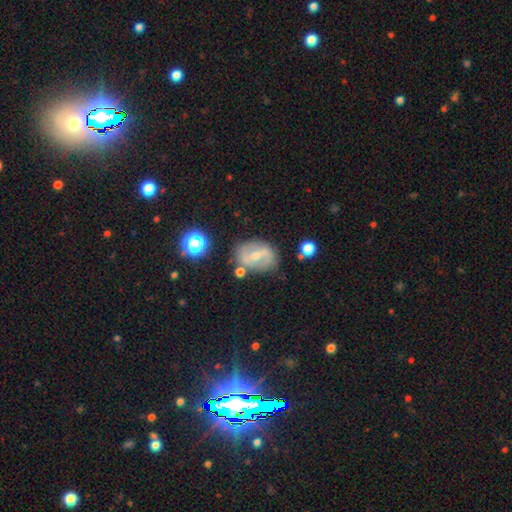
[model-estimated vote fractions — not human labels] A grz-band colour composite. It shows a featured or disk galaxy (69%) with a strong bar (42%), spiral arms (69%) and a small central bulge (55%). Merging: none (74%).